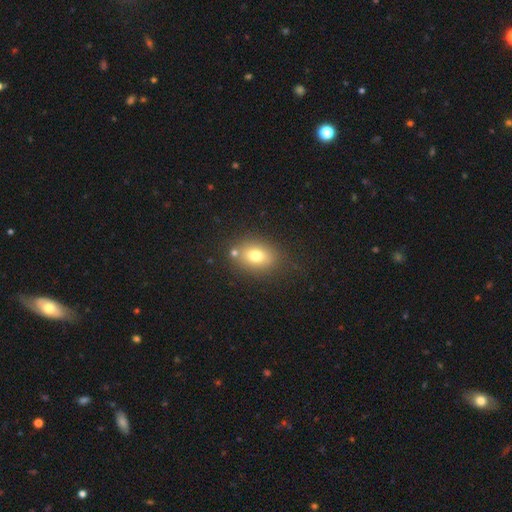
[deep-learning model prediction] A smooth galaxy with no disk features (75%) that is in between round and cigar-shaped (58%). Merging: none (73%).